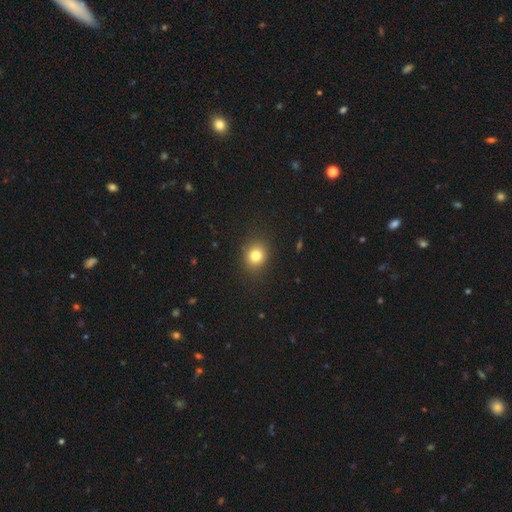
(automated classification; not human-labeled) Q: Smooth or featured?
A: smooth (80%); runner-up: star or artifact (12%)
Q: How rounded?
A: round (69%); runner-up: in between (30%)
Q: Merging?
A: none (87%); runner-up: minor disturbance (9%)